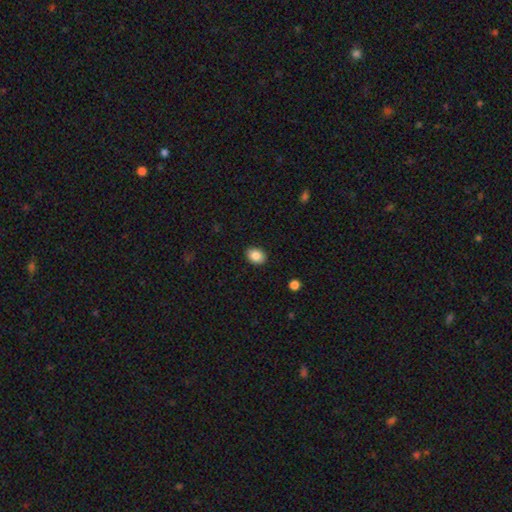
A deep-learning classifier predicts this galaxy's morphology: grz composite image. It shows a smooth galaxy with no disk features (86%) that is in between round and cigar-shaped (68%). Merging: none (89%).